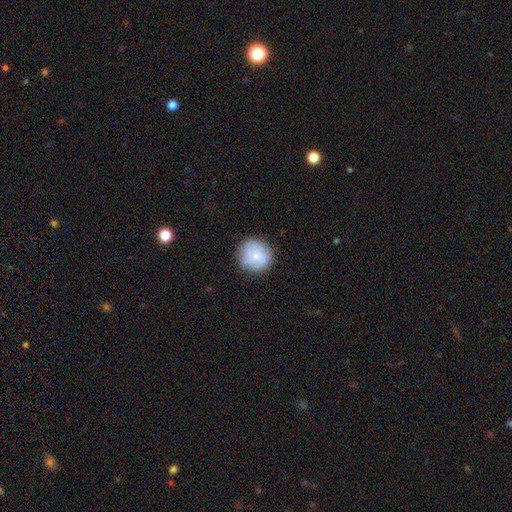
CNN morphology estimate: Smooth or featured? Predicted: smooth (p=0.78). How rounded? Predicted: round (p=0.94). Merging? Predicted: none (p=0.84).